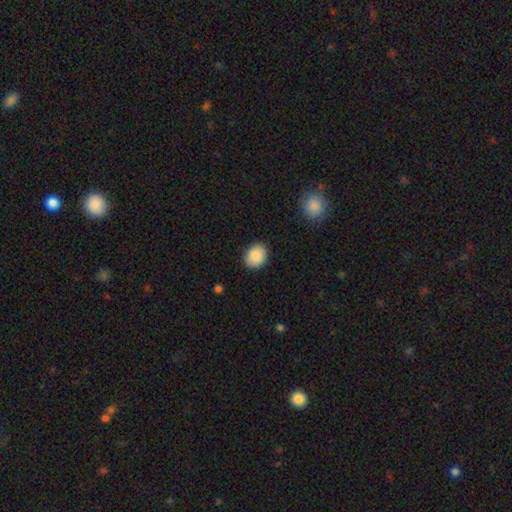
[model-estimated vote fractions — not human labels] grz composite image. It shows a smooth galaxy with no disk features (89%) that is round (52%). Merging: none (86%).